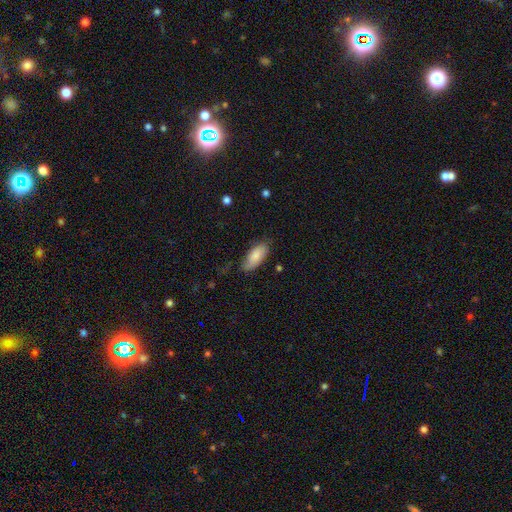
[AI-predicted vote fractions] Smooth or featured? Predicted: smooth (p=0.78). How rounded? Predicted: in between (p=0.87). Merging? Predicted: none (p=0.67).